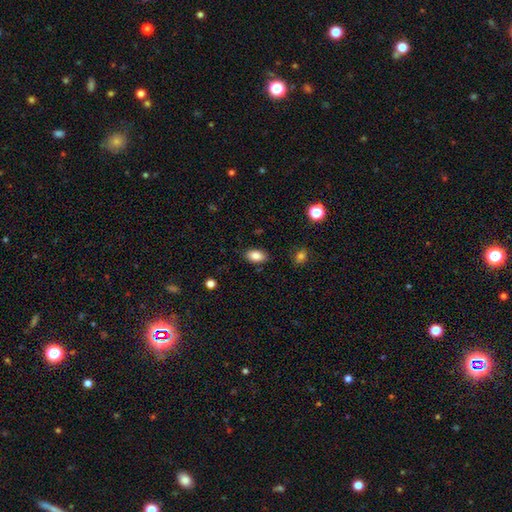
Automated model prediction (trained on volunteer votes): Smooth or featured: smooth — 85% (star or artifact — 9%)
How rounded: in between — 91% (round — 7%)
Merging: none — 86% (minor disturbance — 10%)